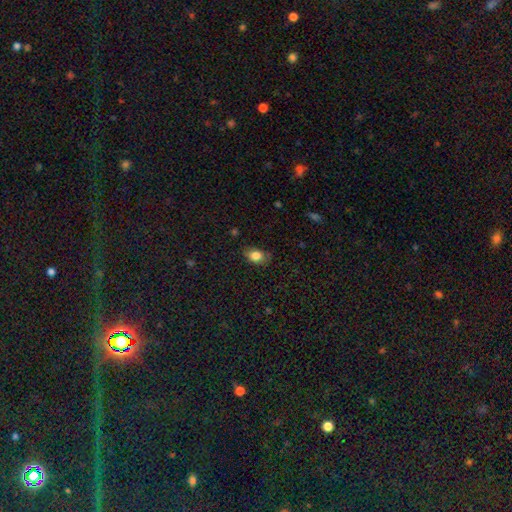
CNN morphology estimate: Smooth or featured? smooth (83%)
How rounded? in between (76%)
Merging? none (69%)